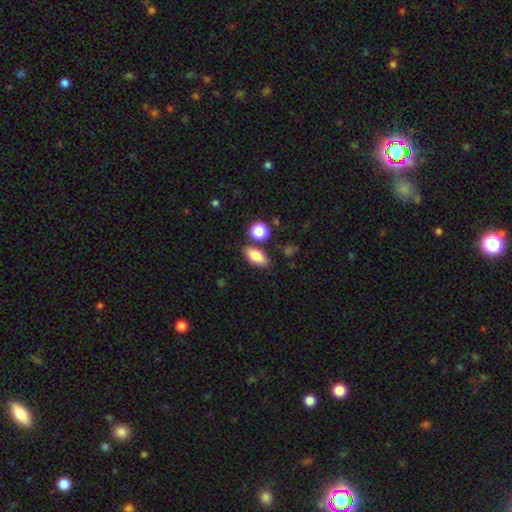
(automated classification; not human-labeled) Smooth or featured: smooth — 82% (featured or disk — 10%)
How rounded: in between — 82% (cigar-shaped — 10%)
Merging: none — 78% (minor disturbance — 11%)